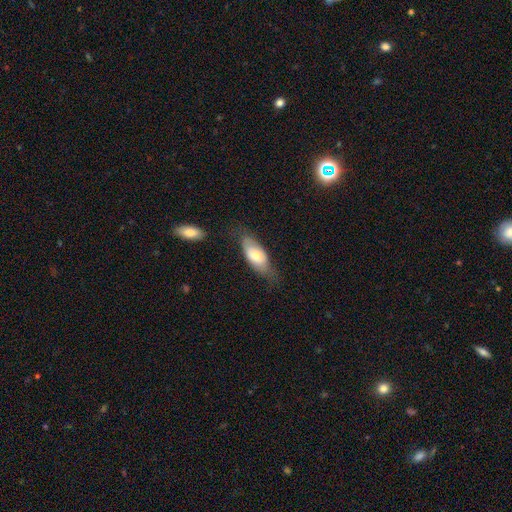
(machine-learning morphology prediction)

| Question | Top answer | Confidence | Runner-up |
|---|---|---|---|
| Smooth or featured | smooth | 67% | featured or disk (27%) |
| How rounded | in between | 82% | cigar-shaped (15%) |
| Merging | none | 58% | minor disturbance (28%) |